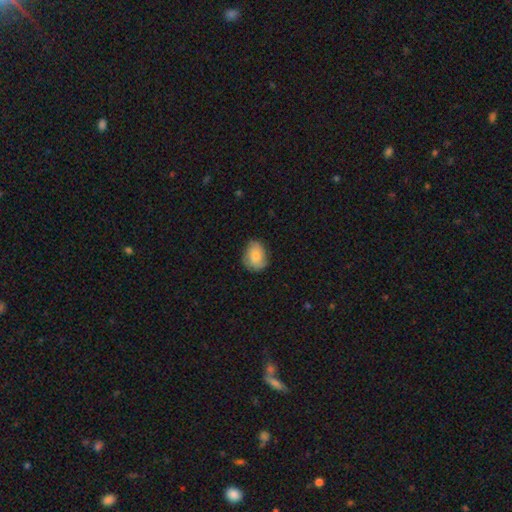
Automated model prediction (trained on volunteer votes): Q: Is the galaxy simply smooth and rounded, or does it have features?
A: smooth — 75%.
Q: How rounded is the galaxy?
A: in between — 59%.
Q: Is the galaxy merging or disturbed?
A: none — 70%.